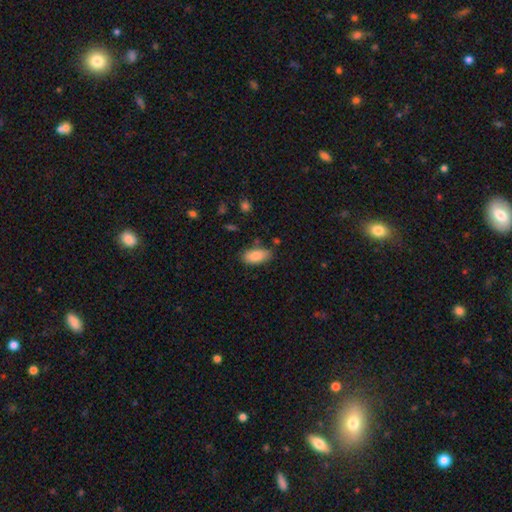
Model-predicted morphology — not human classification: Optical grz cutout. It shows a smooth galaxy with no disk features (86%) that is in between round and cigar-shaped (92%). Merging: none (76%).